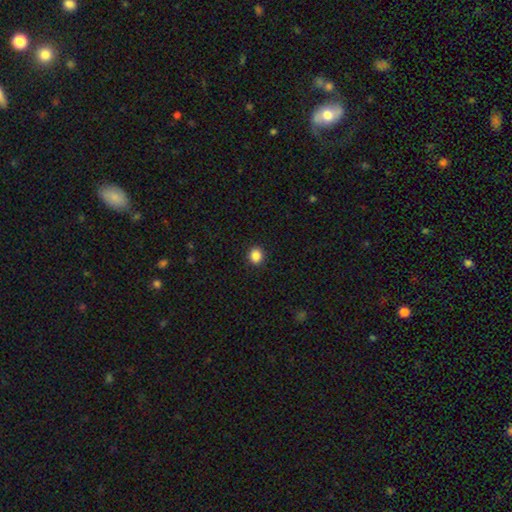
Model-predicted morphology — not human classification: A smooth galaxy with no disk features (87%) that is round (82%). Merging: none (92%).